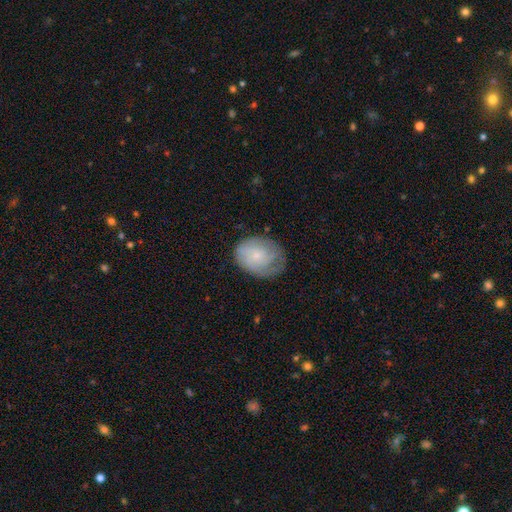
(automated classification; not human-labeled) A smooth galaxy with no disk features (54%) that is in between round and cigar-shaped (56%). Merging: none (55%).